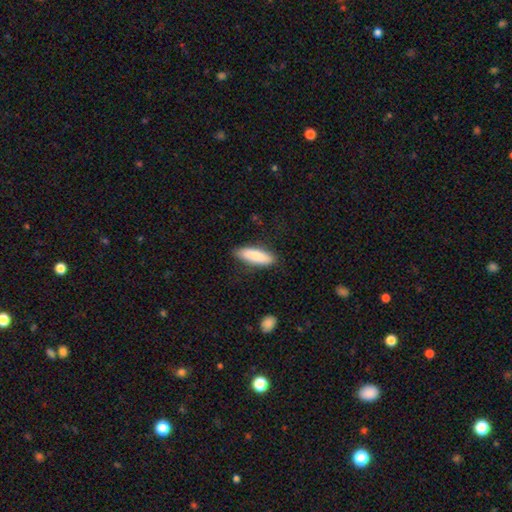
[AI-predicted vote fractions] smooth-or-featured: smooth: 81% | featured or disk: 13% | star or artifact: 6%
  how-rounded: cigar-shaped: 50% | in between: 48% | round: 2%
  merging: none: 84% | minor disturbance: 12% | major disturbance: 3% | merger: 1%